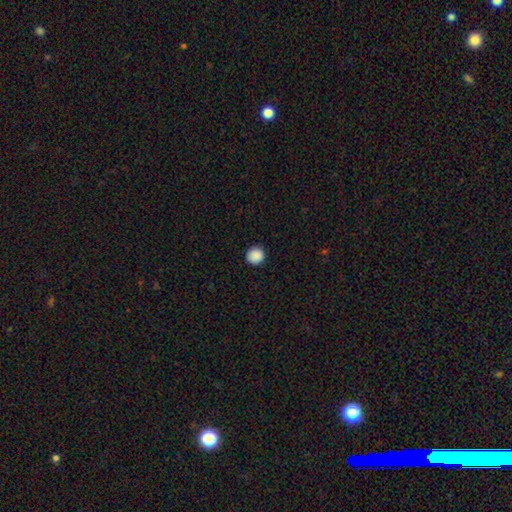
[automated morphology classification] smooth 89%, star or artifact 9%, featured or disk 2%. Down the decision tree: how rounded — round (92%); merging — none (91%).